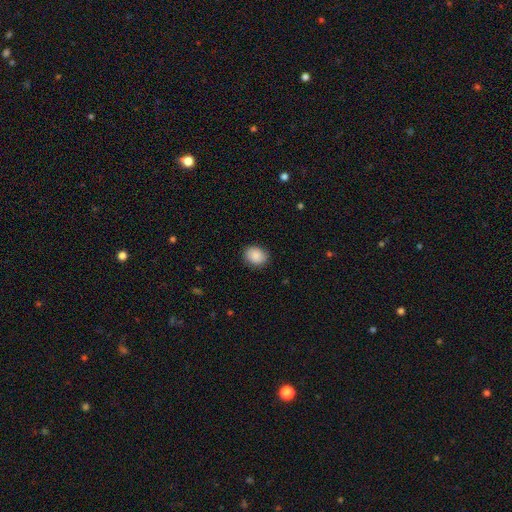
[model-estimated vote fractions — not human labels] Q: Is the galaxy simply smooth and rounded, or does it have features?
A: smooth — 88%.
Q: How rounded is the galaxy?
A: round — 57%.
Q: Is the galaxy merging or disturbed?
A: none — 86%.